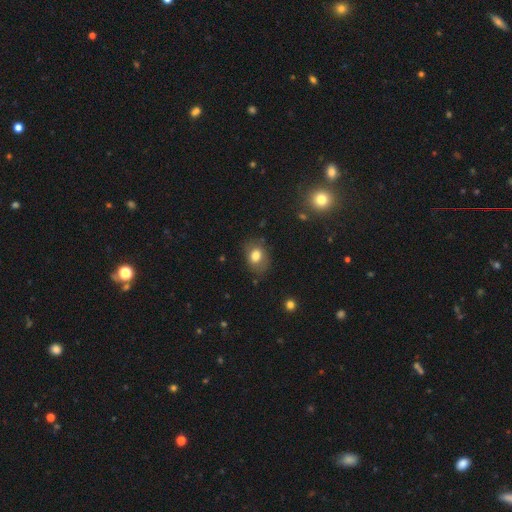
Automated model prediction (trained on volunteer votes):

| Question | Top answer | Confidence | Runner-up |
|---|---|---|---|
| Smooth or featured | smooth | 77% | featured or disk (13%) |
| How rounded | in between | 64% | round (35%) |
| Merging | none | 72% | minor disturbance (20%) |